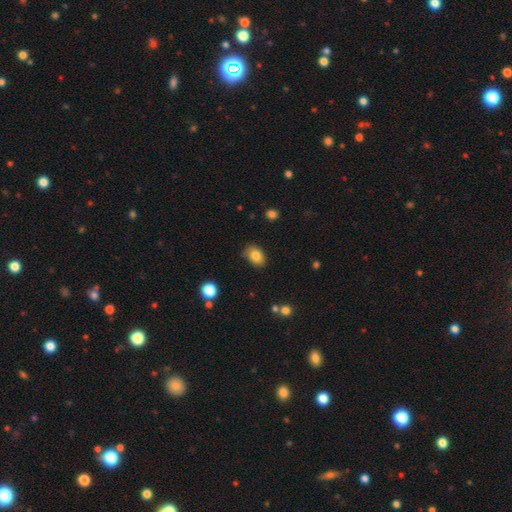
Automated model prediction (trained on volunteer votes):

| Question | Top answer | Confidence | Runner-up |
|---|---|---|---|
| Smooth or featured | smooth | 83% | star or artifact (9%) |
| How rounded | in between | 79% | round (20%) |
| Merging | none | 77% | minor disturbance (18%) |